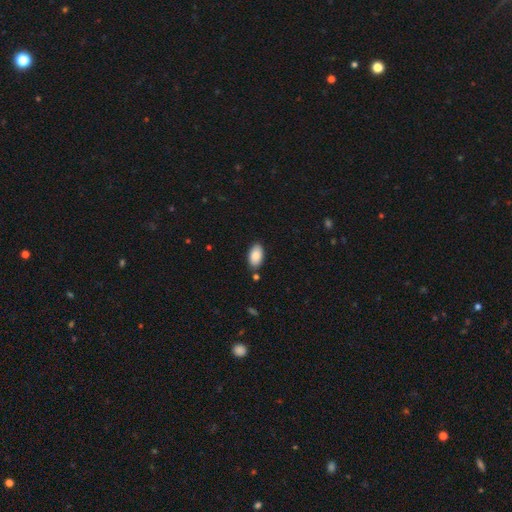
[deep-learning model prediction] Q: Smooth or featured?
A: smooth (85%); runner-up: featured or disk (9%)
Q: How rounded?
A: in between (95%); runner-up: round (3%)
Q: Merging?
A: none (84%); runner-up: minor disturbance (10%)